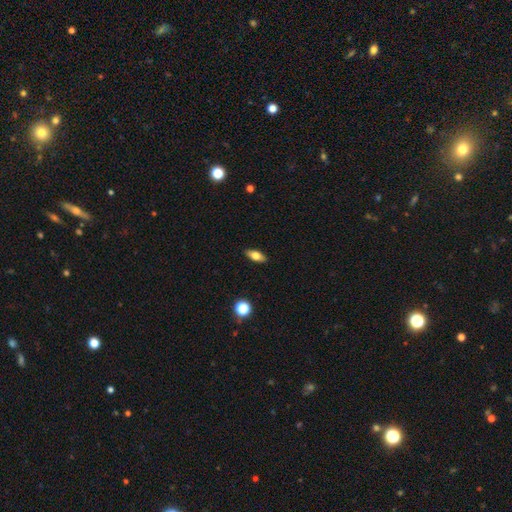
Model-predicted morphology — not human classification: Smooth or featured? smooth (70%)
How rounded? in between (81%)
Merging? none (89%)